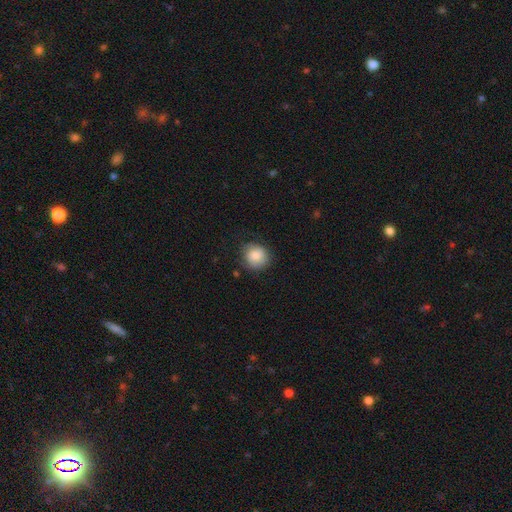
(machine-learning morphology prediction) A smooth galaxy with no disk features (82%) that is round (84%). Merging: none (77%).